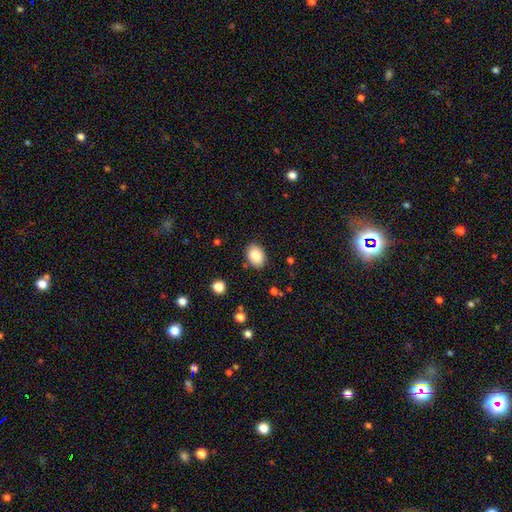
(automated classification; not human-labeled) smooth_or_featured: smooth (p=0.86) [alt: star or artifact p=0.08]
how_rounded: in between (p=0.78) [alt: round p=0.21]
merging: none (p=0.86) [alt: minor disturbance p=0.10]